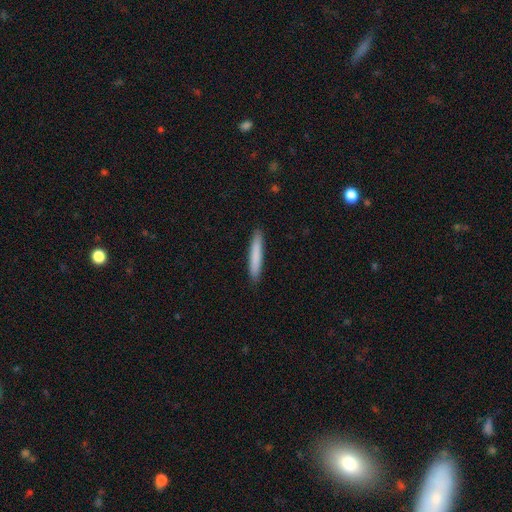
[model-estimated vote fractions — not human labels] Q: Smooth or featured?
A: smooth (80%); runner-up: featured or disk (15%)
Q: How rounded?
A: cigar-shaped (95%); runner-up: in between (4%)
Q: Merging?
A: none (91%); runner-up: minor disturbance (6%)